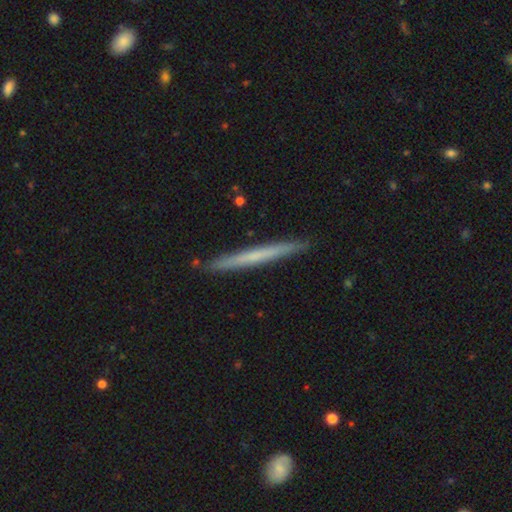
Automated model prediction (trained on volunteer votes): This appears to be a smooth galaxy with no disk features (50%). Merging: none (91%).